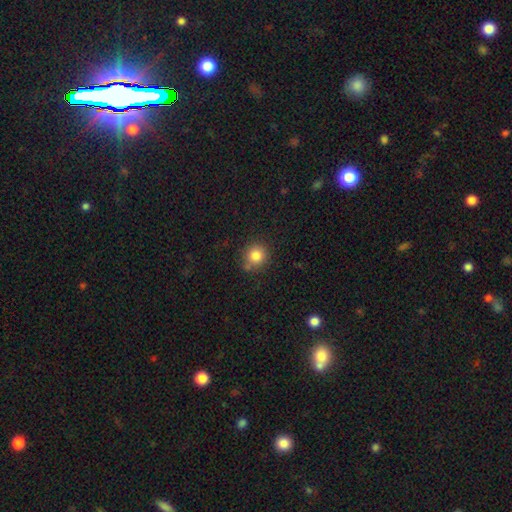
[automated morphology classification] Smooth or featured?
  - smooth: 83% *
  - star or artifact: 11%
  - featured or disk: 6%
How rounded?
  - round: 88% *
  - in between: 11%
  - cigar-shaped: 1%
Merging?
  - none: 75% *
  - minor disturbance: 15%
  - merger: 6%
  - major disturbance: 4%